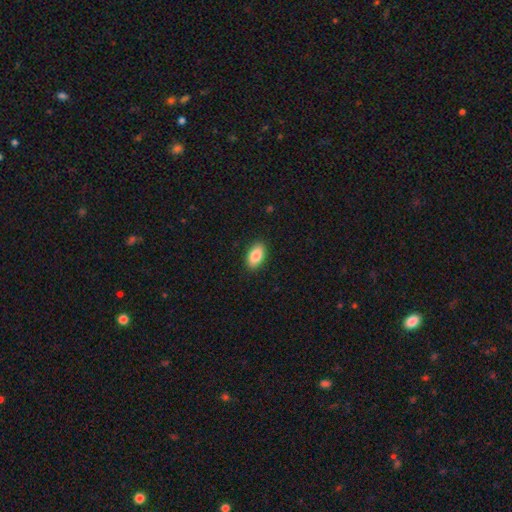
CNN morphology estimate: smooth-or-featured: smooth: 86% | featured or disk: 7% | star or artifact: 7%
  how-rounded: in between: 93% | round: 4% | cigar-shaped: 3%
  merging: none: 89% | minor disturbance: 8% | major disturbance: 2% | merger: 1%